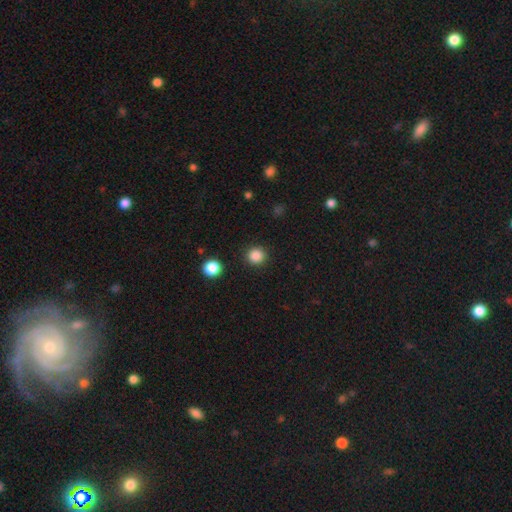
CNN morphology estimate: Smooth or featured? smooth (86%)
How rounded? round (92%)
Merging? none (90%)